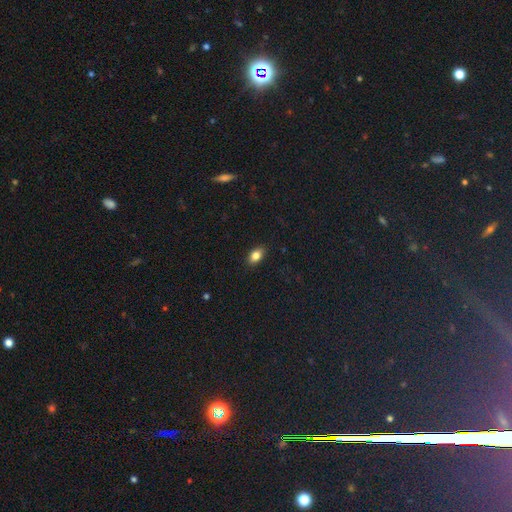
Smooth or featured?
  - smooth: 95% *
  - featured or disk: 2%
  - star or artifact: 2%
How rounded?
  - in between: 87% *
  - round: 8%
  - cigar-shaped: 5%
Merging?
  - none: 85% *
  - minor disturbance: 15%
  - major disturbance: 0%
  - merger: 0%